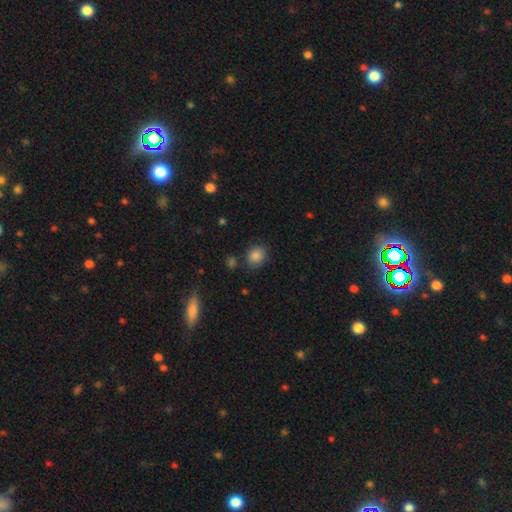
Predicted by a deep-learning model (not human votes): Smooth or featured?
  - smooth: 85% *
  - star or artifact: 10%
  - featured or disk: 5%
How rounded?
  - round: 66% *
  - in between: 33%
  - cigar-shaped: 1%
Merging?
  - none: 80% *
  - minor disturbance: 13%
  - major disturbance: 4%
  - merger: 4%